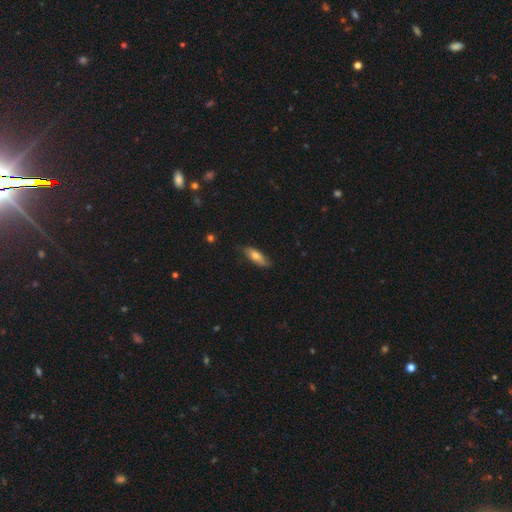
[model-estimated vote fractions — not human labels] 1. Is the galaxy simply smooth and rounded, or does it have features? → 68% smooth, 26% featured or disk, 6% star or artifact.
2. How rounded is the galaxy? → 58% in between, 39% cigar-shaped, 2% round.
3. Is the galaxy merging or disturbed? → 75% none, 21% minor disturbance, 3% major disturbance, 1% merger.